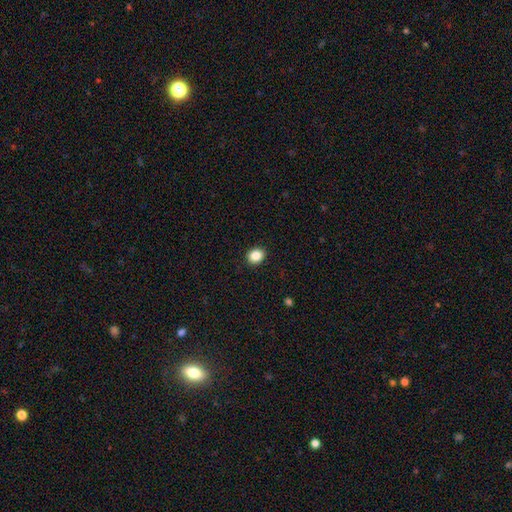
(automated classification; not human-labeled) Smooth or featured?
  - smooth: 86% *
  - star or artifact: 10%
  - featured or disk: 4%
How rounded?
  - round: 65% *
  - in between: 35%
  - cigar-shaped: 1%
Merging?
  - none: 91% *
  - minor disturbance: 6%
  - major disturbance: 2%
  - merger: 1%